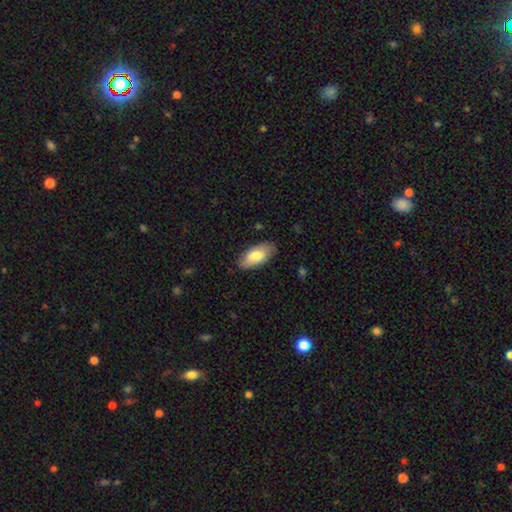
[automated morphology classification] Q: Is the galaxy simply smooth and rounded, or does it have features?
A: smooth — 78%.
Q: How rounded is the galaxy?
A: in between — 90%.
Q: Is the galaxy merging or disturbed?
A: none — 83%.